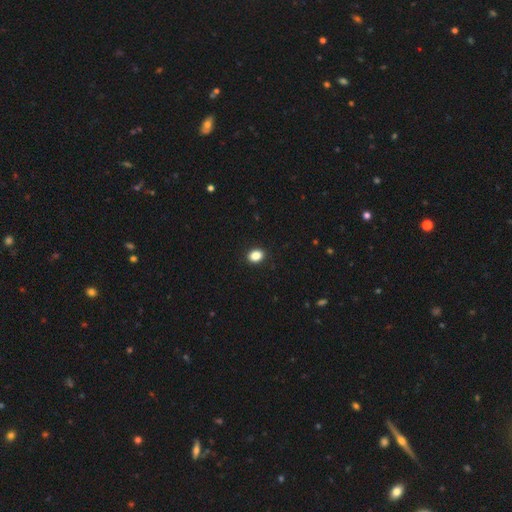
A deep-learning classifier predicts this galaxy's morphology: A smooth galaxy with no disk features (88%) that is in between round and cigar-shaped (67%). Merging: none (91%).